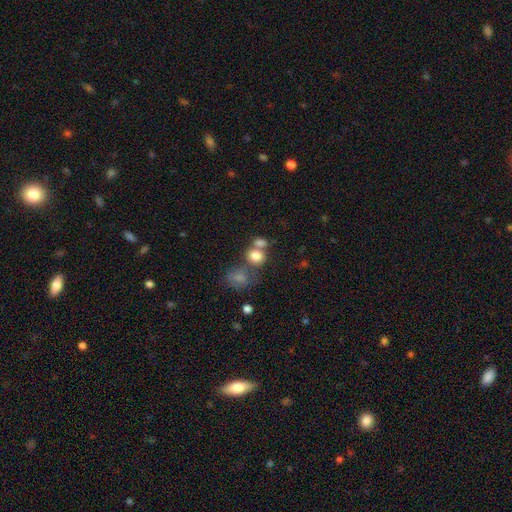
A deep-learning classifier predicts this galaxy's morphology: smooth-or-featured: smooth: 79% | star or artifact: 12% | featured or disk: 9%
  how-rounded: round: 63% | in between: 36% | cigar-shaped: 1%
  merging: none: 43% | merger: 40% | minor disturbance: 11% | major disturbance: 6%